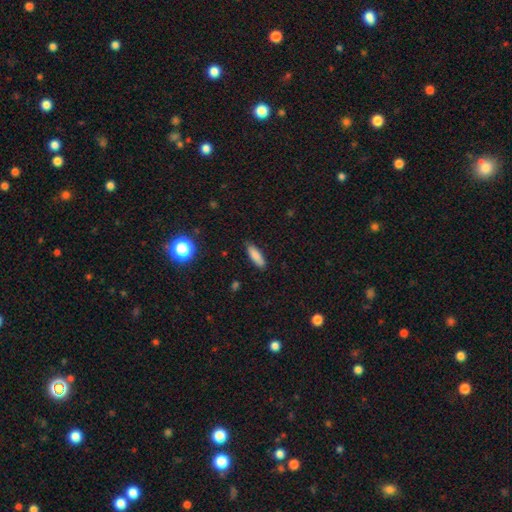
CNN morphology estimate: Smooth or featured? Predicted: smooth (p=0.85). How rounded? Predicted: in between (p=0.52). Merging? Predicted: none (p=0.86).